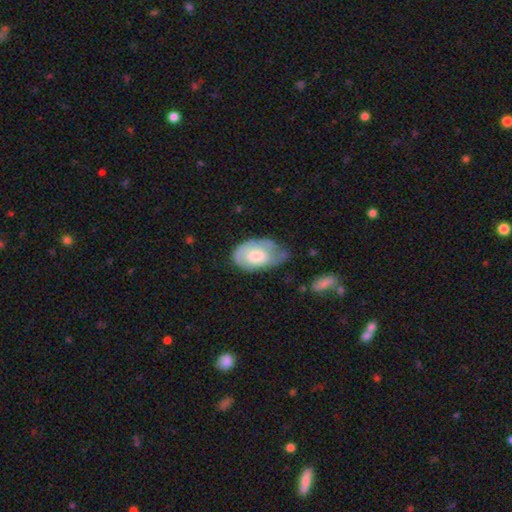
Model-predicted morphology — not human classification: type=smooth (48%); merging=none (42%).